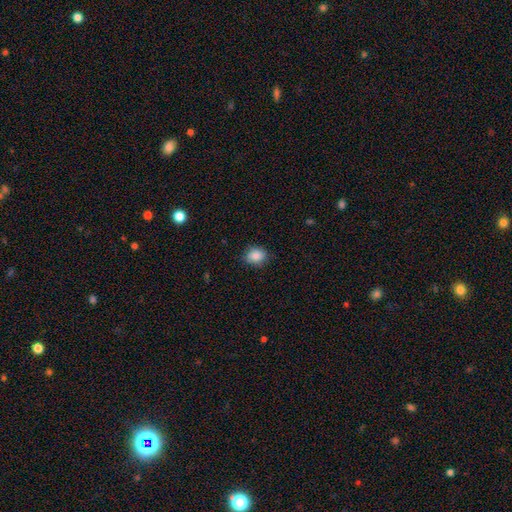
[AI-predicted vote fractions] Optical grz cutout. It shows a smooth galaxy with no disk features (87%) that is round (53%). Merging: none (82%).